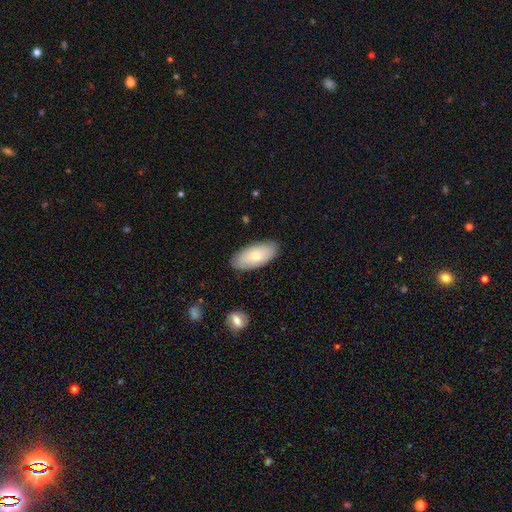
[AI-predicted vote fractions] Smooth or featured? Predicted: smooth (p=0.71). How rounded? Predicted: in between (p=0.92). Merging? Predicted: none (p=0.86).